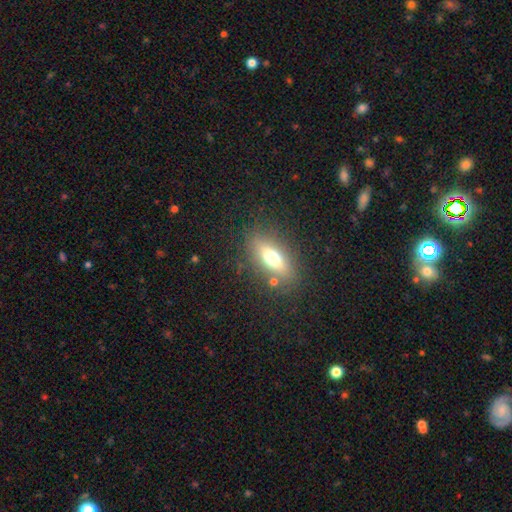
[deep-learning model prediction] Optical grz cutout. It shows a smooth galaxy with no disk features (56%) that is in between round and cigar-shaped (61%). Merging: none (84%).